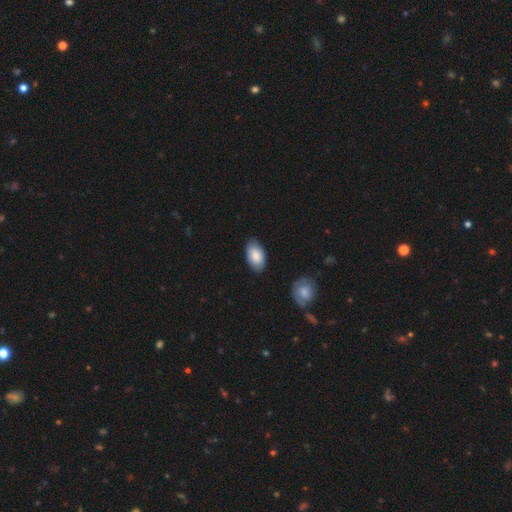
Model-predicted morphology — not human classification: Smooth or featured?
  - smooth: 85% *
  - featured or disk: 9%
  - star or artifact: 6%
How rounded?
  - in between: 95% *
  - round: 4%
  - cigar-shaped: 2%
Merging?
  - none: 85% *
  - minor disturbance: 11%
  - major disturbance: 2%
  - merger: 2%